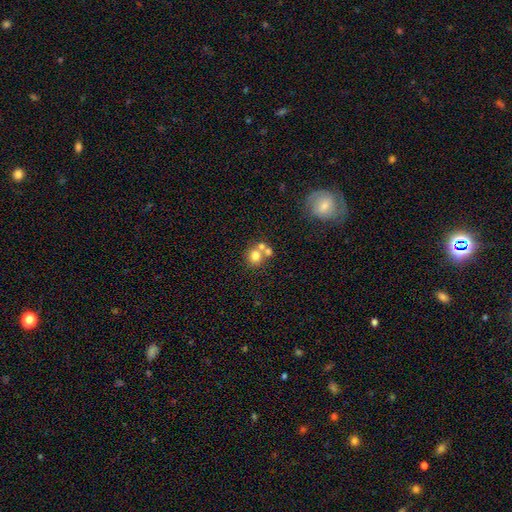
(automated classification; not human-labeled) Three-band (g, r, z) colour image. It shows a smooth galaxy with no disk features (71%) that is round (81%). Merging: merger (45%).